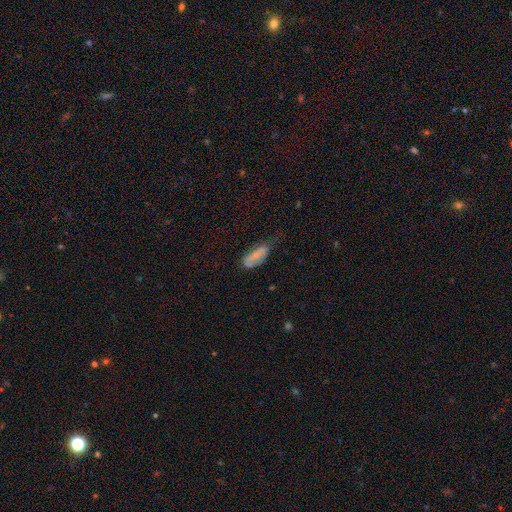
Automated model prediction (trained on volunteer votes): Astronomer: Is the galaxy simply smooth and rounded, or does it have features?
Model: smooth — 68%.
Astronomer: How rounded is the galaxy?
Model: in between — 78%.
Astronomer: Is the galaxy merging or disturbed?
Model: minor disturbance — 41% (runner-up: none, 31%).